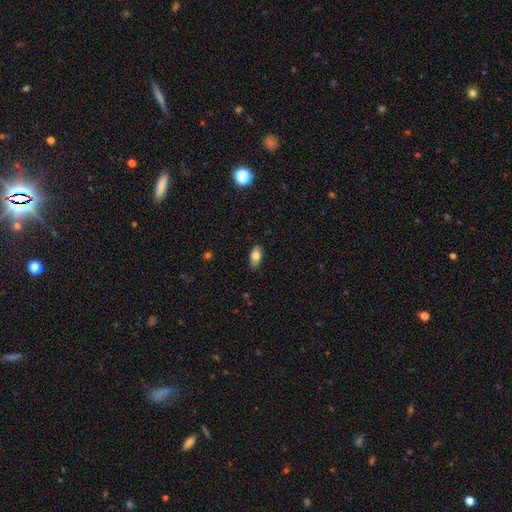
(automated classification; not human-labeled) This appears to be a smooth galaxy with no disk features (78%) that is in between round and cigar-shaped (90%). Merging: none (86%).